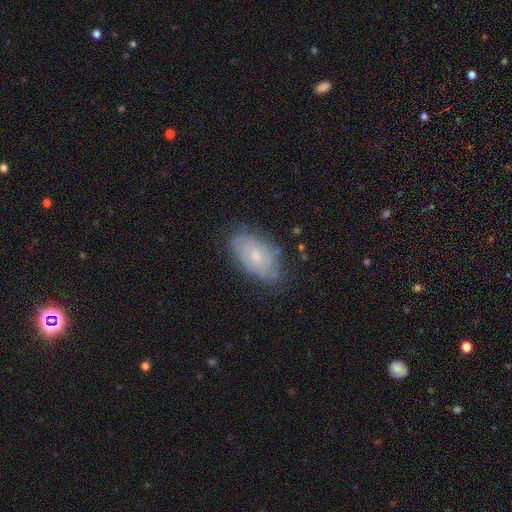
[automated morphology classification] type=featured or disk (57%); edge-on=no (94%); bar=no (73%); spiral arms=yes (78%); bulge=small (56%); merging=none (72%).